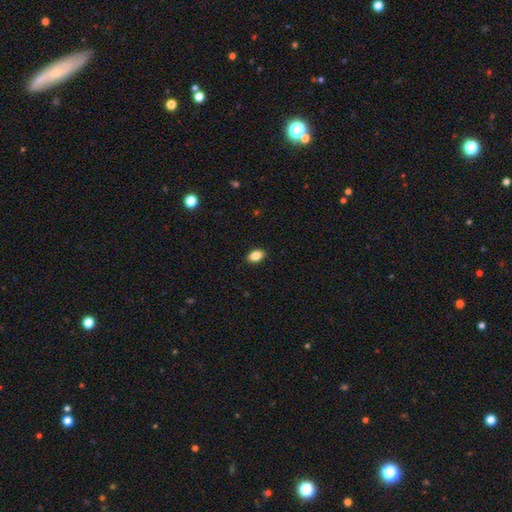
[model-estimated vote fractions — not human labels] Smooth or featured? Predicted: smooth (p=0.84). How rounded? Predicted: in between (p=0.87). Merging? Predicted: none (p=0.90).